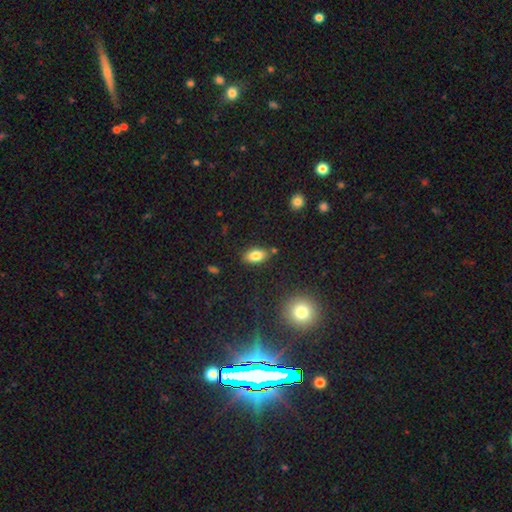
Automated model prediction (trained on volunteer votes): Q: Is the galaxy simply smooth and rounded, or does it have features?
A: smooth — 82%.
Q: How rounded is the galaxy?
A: in between — 90%.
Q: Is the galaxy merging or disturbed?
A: none — 82%.